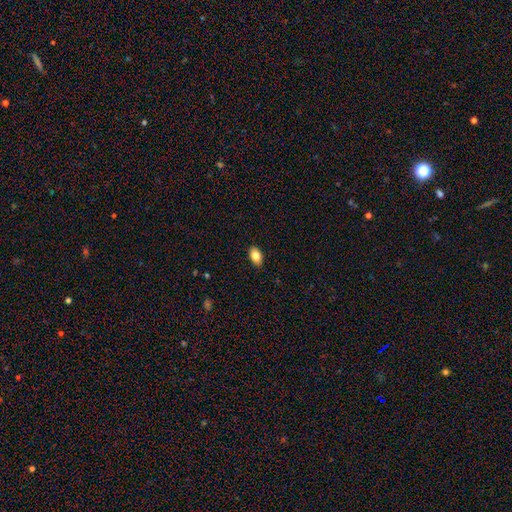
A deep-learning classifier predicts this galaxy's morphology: Smooth or featured? smooth (83%)
How rounded? in between (91%)
Merging? none (89%)